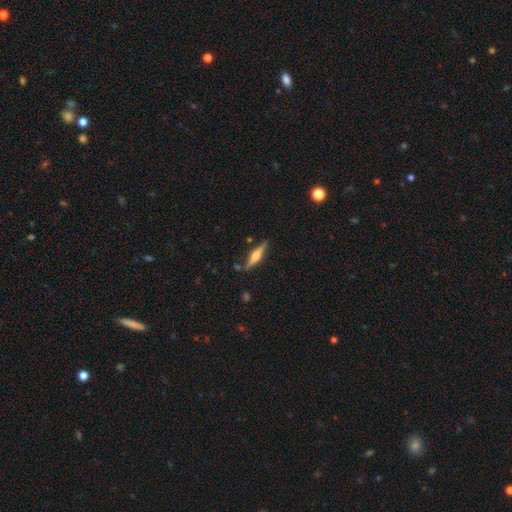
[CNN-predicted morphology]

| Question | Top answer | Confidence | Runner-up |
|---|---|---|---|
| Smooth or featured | featured or disk | 65% | smooth (29%) |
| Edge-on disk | yes | 97% | no (3%) |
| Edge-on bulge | rounded | 86% | boxy (11%) |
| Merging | none | 82% | minor disturbance (11%) |